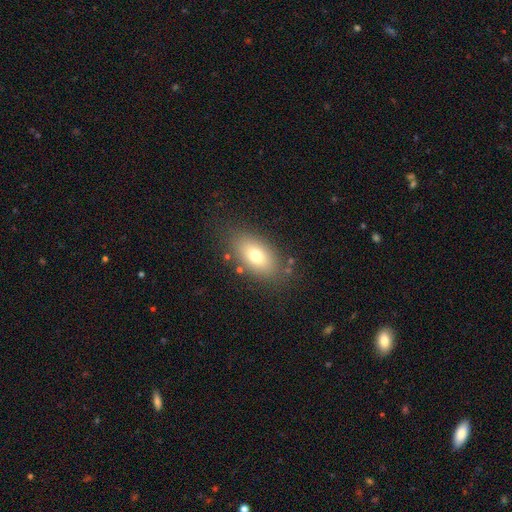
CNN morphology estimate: type=smooth (72%); roundness=in between (88%); merging=none (80%).